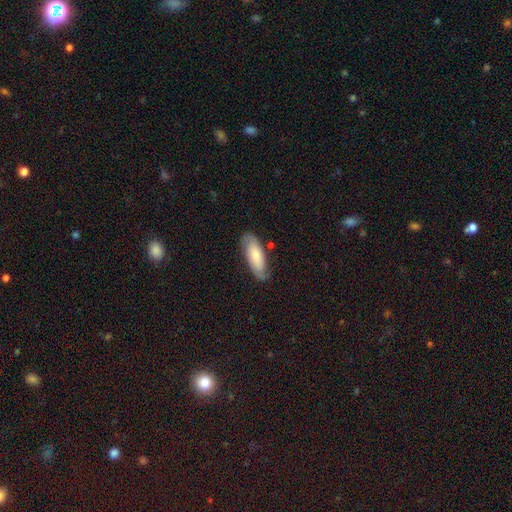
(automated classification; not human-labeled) smooth 58%, featured or disk 36%, star or artifact 6%. Down the decision tree: how rounded — in between (74%); merging — none (74%).